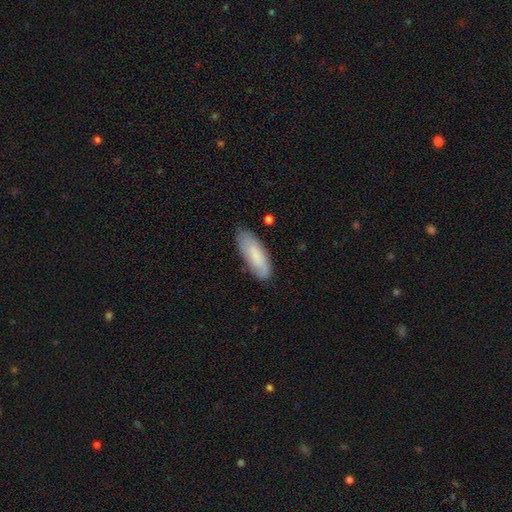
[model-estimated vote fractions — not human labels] Smooth or featured: smooth — 76% (featured or disk — 18%)
How rounded: in between — 70% (cigar-shaped — 29%)
Merging: none — 77% (minor disturbance — 18%)